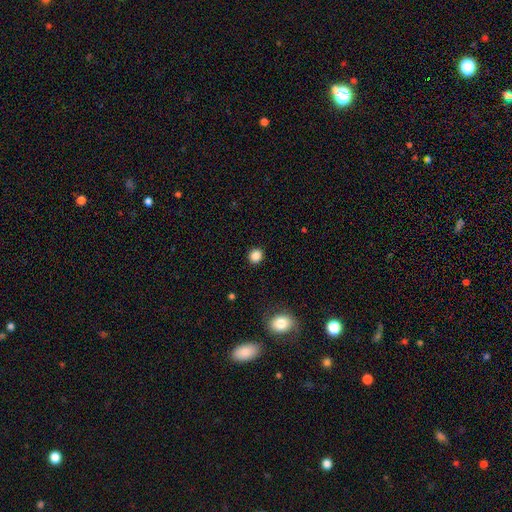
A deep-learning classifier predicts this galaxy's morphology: Smooth or featured: smooth — 86% (star or artifact — 11%)
How rounded: round — 88% (in between — 11%)
Merging: none — 92% (minor disturbance — 5%)